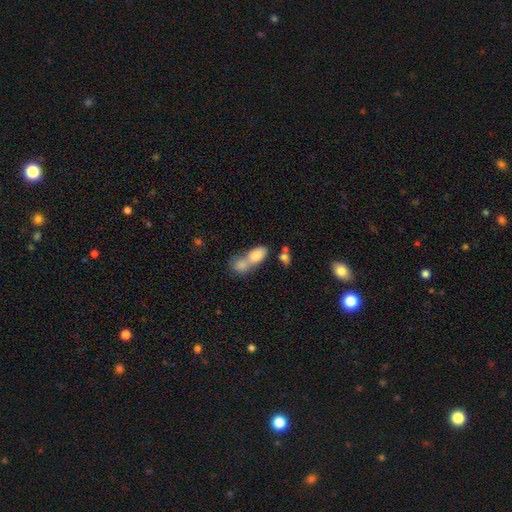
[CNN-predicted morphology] Smooth or featured: smooth — 79% (featured or disk — 13%)
How rounded: in between — 84% (round — 11%)
Merging: merger — 67% (none — 22%)